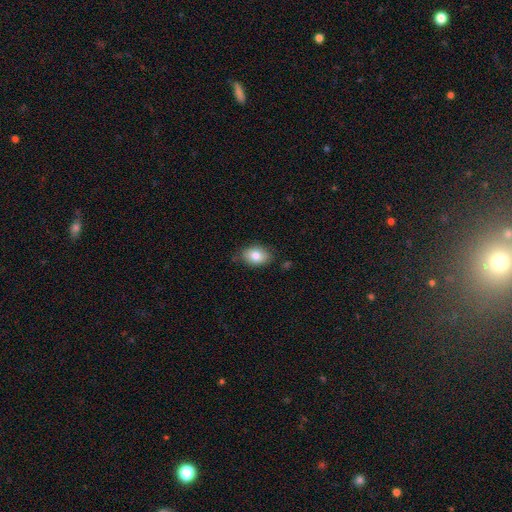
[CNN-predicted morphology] The model was most divided on "how rounded": in between: 78%, round: 21%, cigar-shaped: 1%. More confident: smooth or featured — smooth (81%); merging — none (77%).